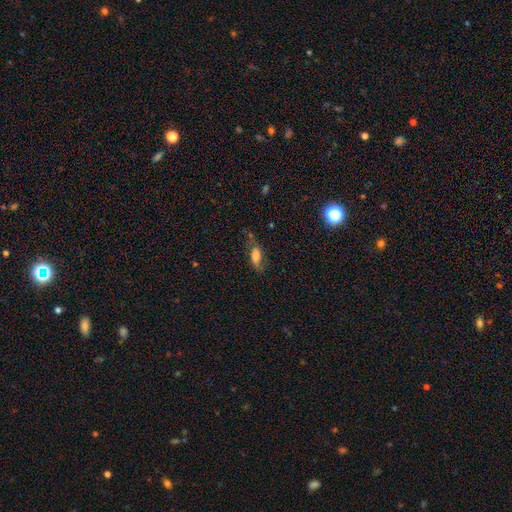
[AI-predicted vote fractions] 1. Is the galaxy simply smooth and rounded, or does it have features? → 63% smooth, 25% featured or disk, 11% star or artifact.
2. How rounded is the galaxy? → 72% in between, 25% cigar-shaped, 4% round.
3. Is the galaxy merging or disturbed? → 53% none, 26% minor disturbance, 18% major disturbance, 3% merger.